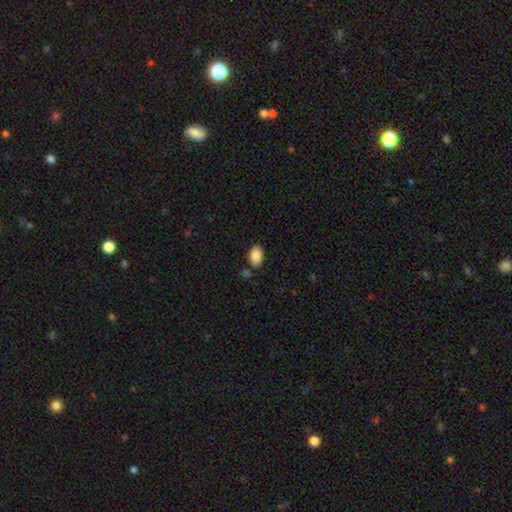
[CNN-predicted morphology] smooth-or-featured: smooth: 89% | star or artifact: 7% | featured or disk: 4%
  how-rounded: in between: 90% | round: 9% | cigar-shaped: 1%
  merging: none: 79% | minor disturbance: 12% | merger: 6% | major disturbance: 3%